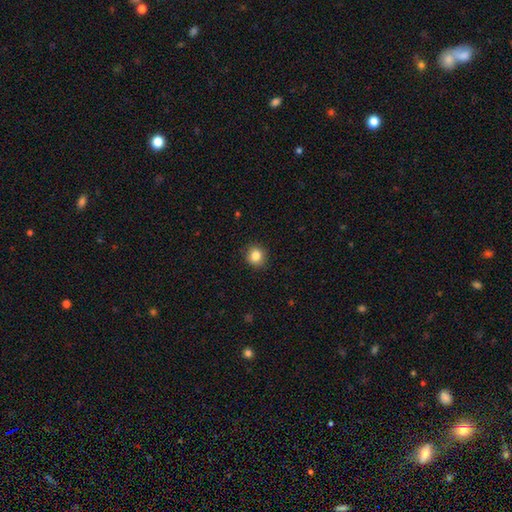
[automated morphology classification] Q: Smooth or featured?
A: smooth (84%); runner-up: star or artifact (10%)
Q: How rounded?
A: round (87%); runner-up: in between (12%)
Q: Merging?
A: none (90%); runner-up: minor disturbance (7%)